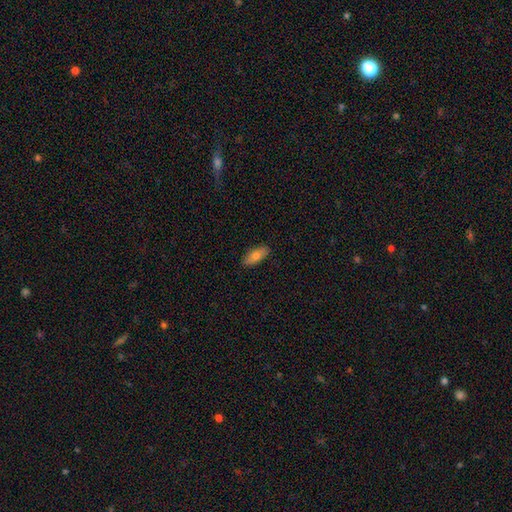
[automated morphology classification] The model was most divided on "how rounded": in between: 78%, cigar-shaped: 19%, round: 2%. More confident: merging — none (88%); smooth or featured — smooth (78%).